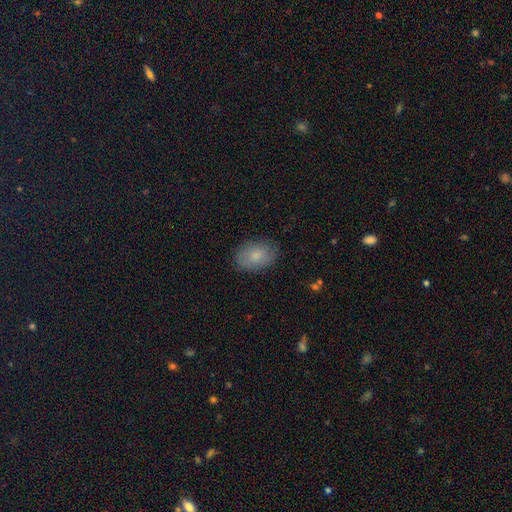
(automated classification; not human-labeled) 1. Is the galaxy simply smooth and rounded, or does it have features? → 82% smooth, 11% featured or disk, 7% star or artifact.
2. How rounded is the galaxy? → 85% in between, 14% round, 1% cigar-shaped.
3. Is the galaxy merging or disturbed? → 84% none, 12% minor disturbance, 3% major disturbance, 1% merger.